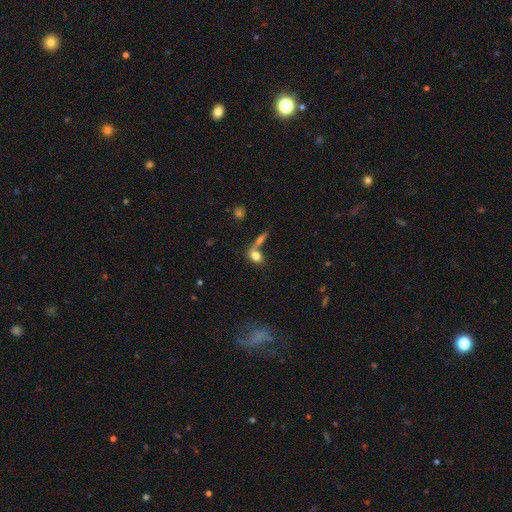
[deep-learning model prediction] Morphology: type=smooth (77%); roundness=in between (68%); merging=merger (47%).